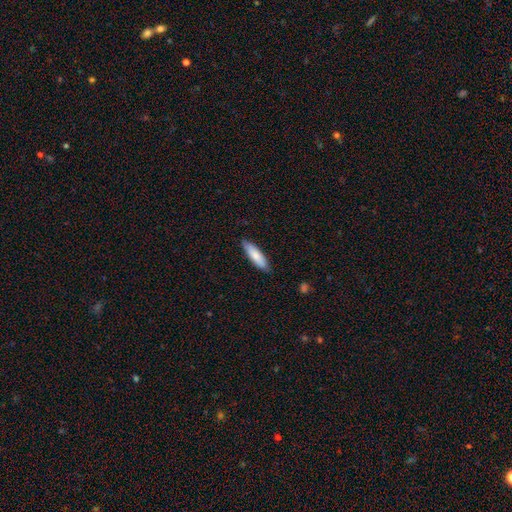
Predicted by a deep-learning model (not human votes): Q: Smooth or featured?
A: smooth (79%); runner-up: featured or disk (15%)
Q: How rounded?
A: cigar-shaped (64%); runner-up: in between (35%)
Q: Merging?
A: none (85%); runner-up: minor disturbance (12%)